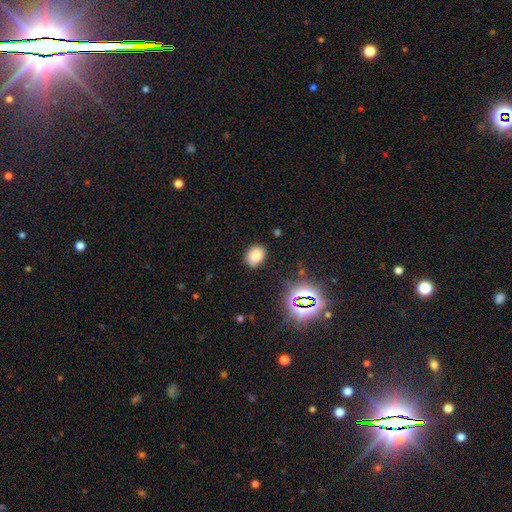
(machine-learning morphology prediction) Overall: smooth (78%). How rounded: in between (68%; round 31%). Merging: none (83%).